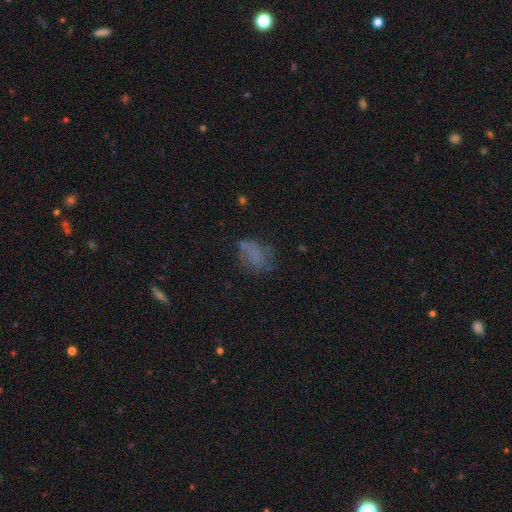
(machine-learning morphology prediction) Overall: smooth (59%; featured or disk 25%). How rounded: in between (79%). Merging: none (51%; minor disturbance 25%).